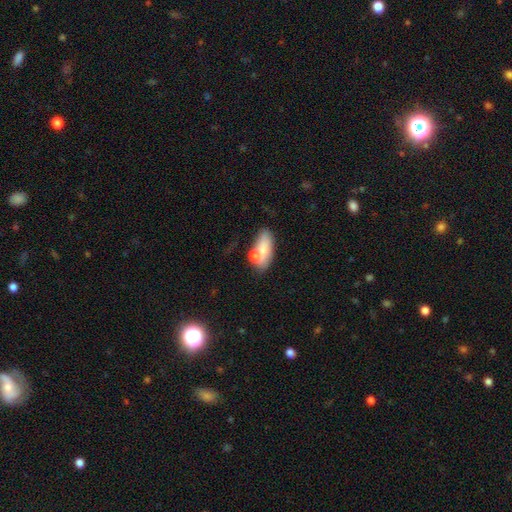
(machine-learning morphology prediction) This is likely a smooth galaxy (71%). How rounded: clearly in between (83%). Merging: possibly none (48%).